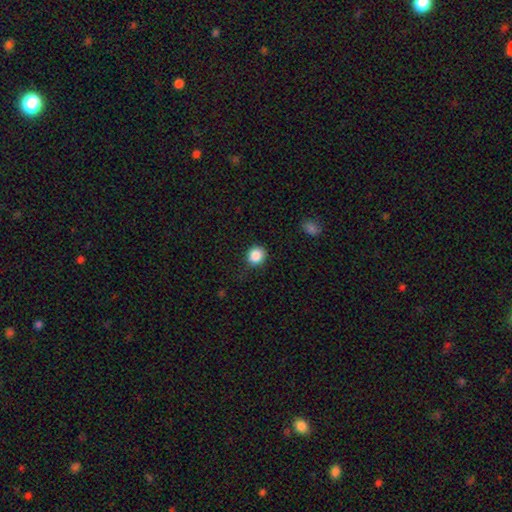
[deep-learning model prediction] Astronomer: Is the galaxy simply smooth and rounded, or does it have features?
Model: smooth — 87%.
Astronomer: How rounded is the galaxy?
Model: round — 85%.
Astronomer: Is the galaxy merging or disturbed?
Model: none — 82%.